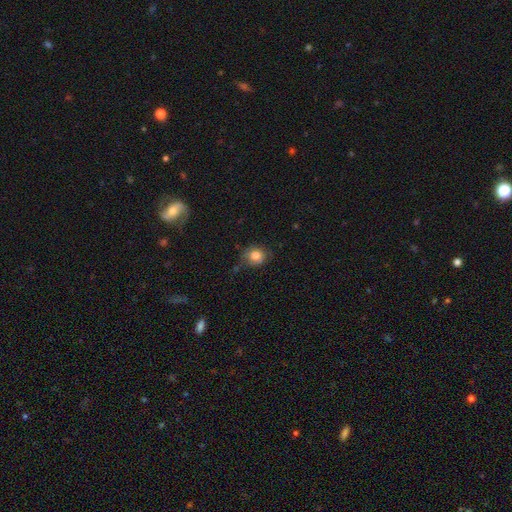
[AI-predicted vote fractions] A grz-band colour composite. It shows a smooth galaxy with no disk features (81%) that is round (74%). Merging: none (67%).